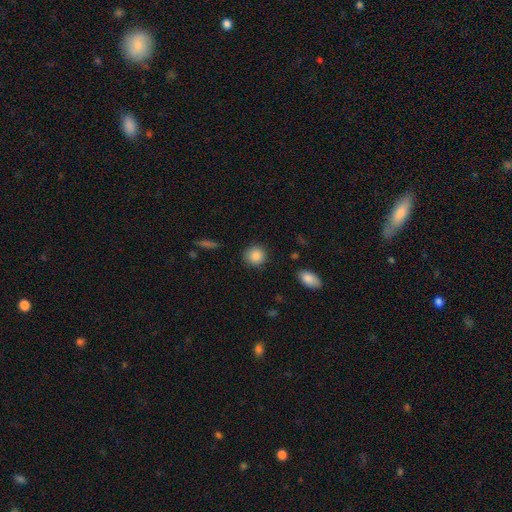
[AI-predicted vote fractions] Q: Smooth or featured?
A: smooth (87%); runner-up: star or artifact (8%)
Q: How rounded?
A: round (89%); runner-up: in between (9%)
Q: Merging?
A: none (88%); runner-up: minor disturbance (8%)